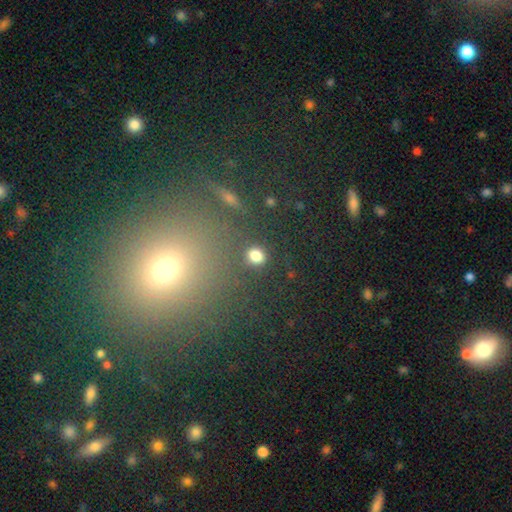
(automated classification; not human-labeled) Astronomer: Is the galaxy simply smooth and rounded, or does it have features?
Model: smooth — 81%.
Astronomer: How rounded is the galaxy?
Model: round — 75%.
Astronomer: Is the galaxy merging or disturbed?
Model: none — 84%.